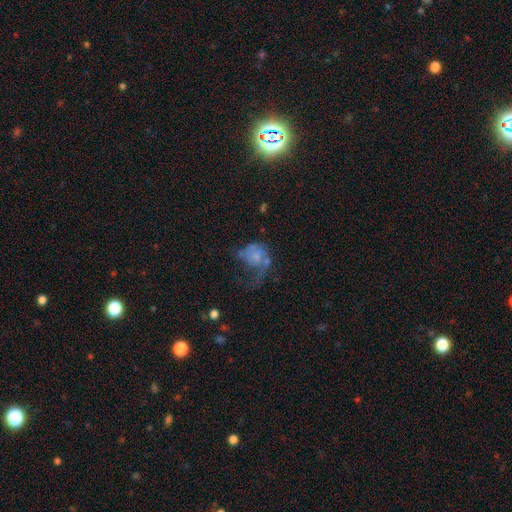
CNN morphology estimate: type=featured or disk (51%); edge-on=no (98%); merging=major disturbance (56%).